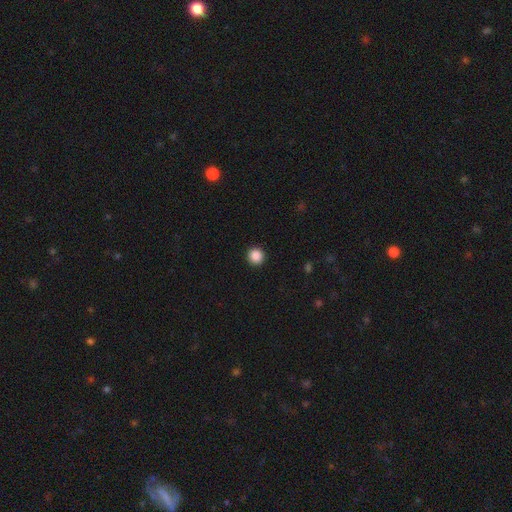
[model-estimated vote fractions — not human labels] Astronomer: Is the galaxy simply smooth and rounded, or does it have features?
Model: smooth — 88%.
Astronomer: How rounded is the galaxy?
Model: round — 96%.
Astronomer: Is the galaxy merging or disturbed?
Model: none — 93%.